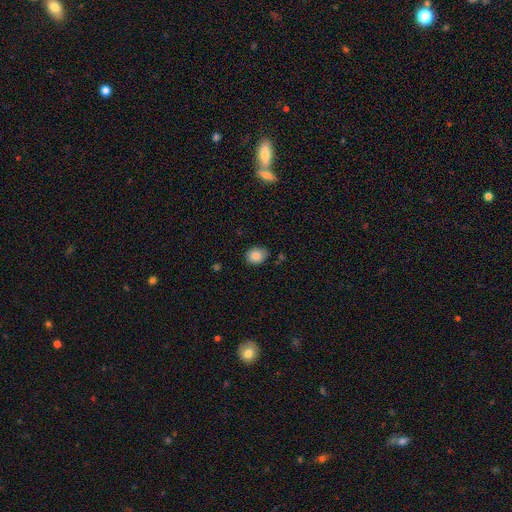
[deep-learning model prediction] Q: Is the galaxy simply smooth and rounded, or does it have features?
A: smooth — 84%.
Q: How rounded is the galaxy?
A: round — 53%.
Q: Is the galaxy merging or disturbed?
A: none — 78%.